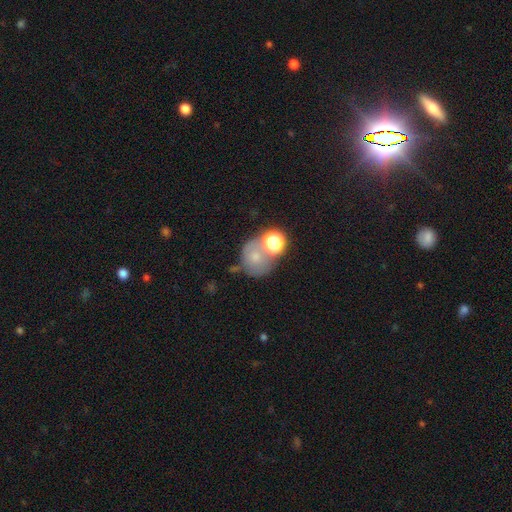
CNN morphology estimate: smooth 60%, featured or disk 22%, star or artifact 18%. Down the decision tree: how rounded — round (68%); merging — none (39%).